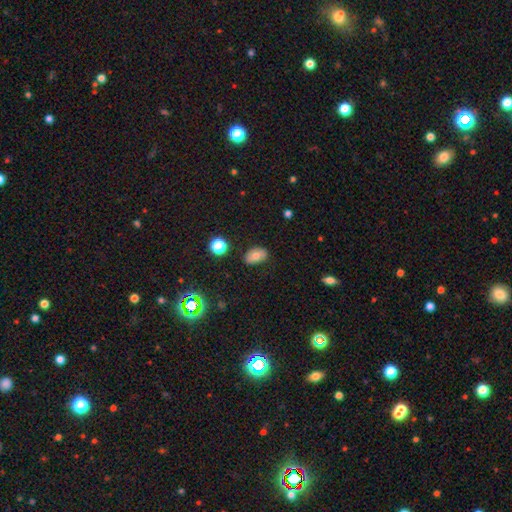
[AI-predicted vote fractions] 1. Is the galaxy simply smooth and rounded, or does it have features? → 69% smooth, 19% featured or disk, 13% star or artifact.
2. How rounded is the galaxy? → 84% in between, 14% round, 2% cigar-shaped.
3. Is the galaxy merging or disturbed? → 76% none, 18% minor disturbance, 4% major disturbance, 2% merger.